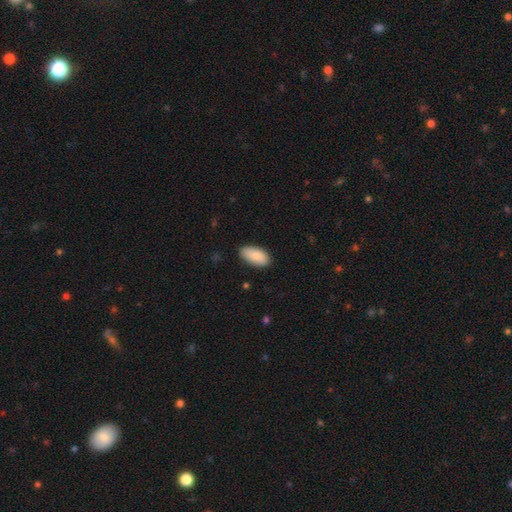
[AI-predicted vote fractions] The model was most divided on "merging": none: 85%, minor disturbance: 12%, major disturbance: 2%, merger: 1%. More confident: how rounded — in between (94%); smooth or featured — smooth (88%).